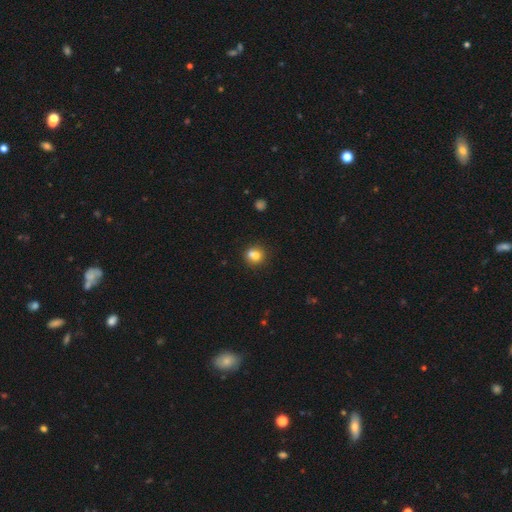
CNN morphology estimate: A smooth galaxy with no disk features (77%) that is round (75%). Merging: none (56%).